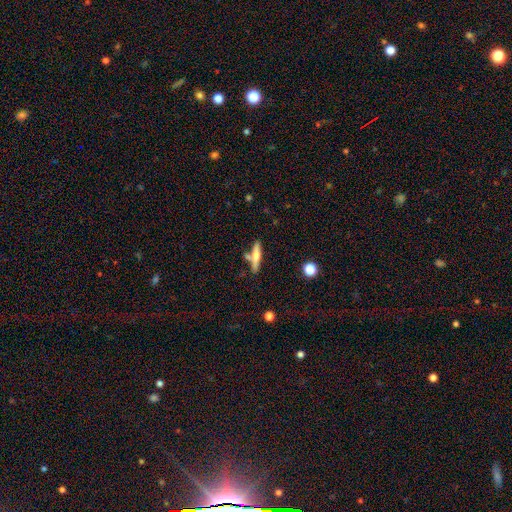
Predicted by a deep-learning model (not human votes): smooth-or-featured: featured or disk: 50% | smooth: 43% | star or artifact: 7%
  merging: none: 66% | merger: 17% | minor disturbance: 13% | major disturbance: 4%